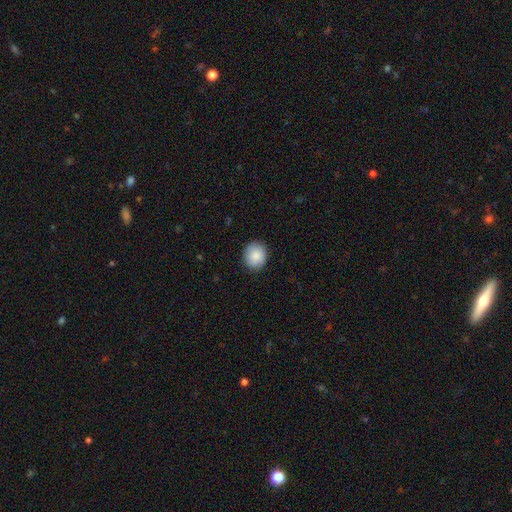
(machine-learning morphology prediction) The model was most divided on "how rounded": round: 71%, in between: 28%, cigar-shaped: 1%. More confident: merging — none (87%); smooth or featured — smooth (86%).